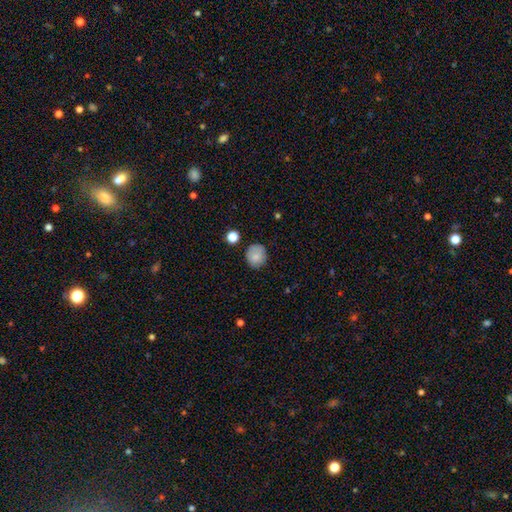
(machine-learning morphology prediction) Smooth or featured: smooth — 82% (featured or disk — 10%)
How rounded: round — 83% (in between — 16%)
Merging: none — 79% (minor disturbance — 16%)